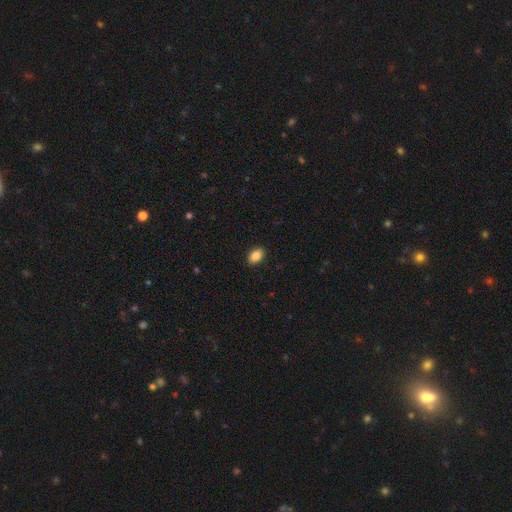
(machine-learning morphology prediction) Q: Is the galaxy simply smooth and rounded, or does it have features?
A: smooth — 87%.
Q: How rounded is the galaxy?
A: in between — 87%.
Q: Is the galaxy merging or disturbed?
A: none — 90%.